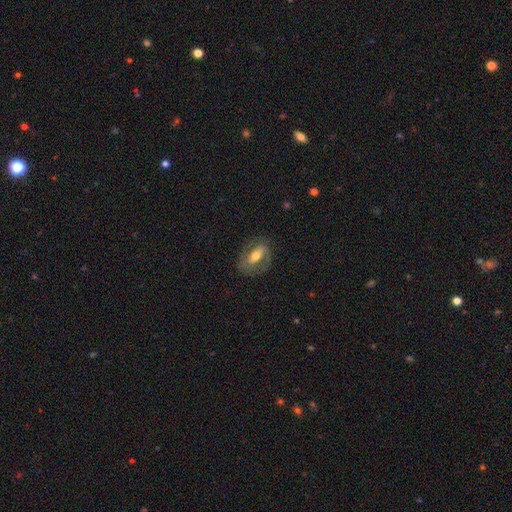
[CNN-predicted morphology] This is likely a featured or disk galaxy (66%). It is clearly not viewed edge-on (91%). Bar: marginally strong (42%). Spiral arm pattern: likely yes (72%). Central bulge: likely moderate (65%). Merging: likely none (72%).